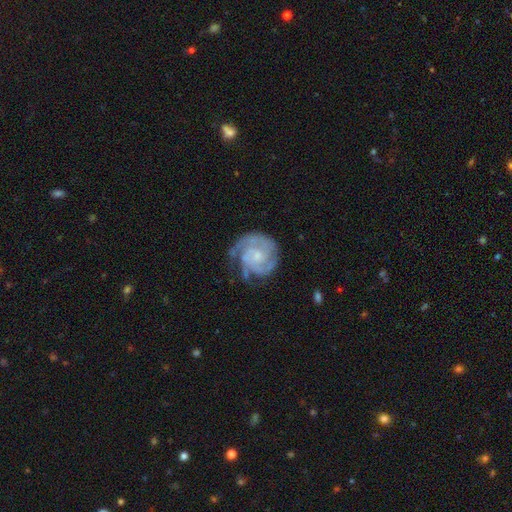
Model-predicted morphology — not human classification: Overall: featured or disk (85%). Edge-on disk: no (98%). Bar: no (69%). Spiral arms: yes (96%). Spiral arm count: 3 (31%; 2 27%). Spiral winding: tight (65%; medium 29%). Bulge size: small (57%; moderate 27%). Merging: none (63%).